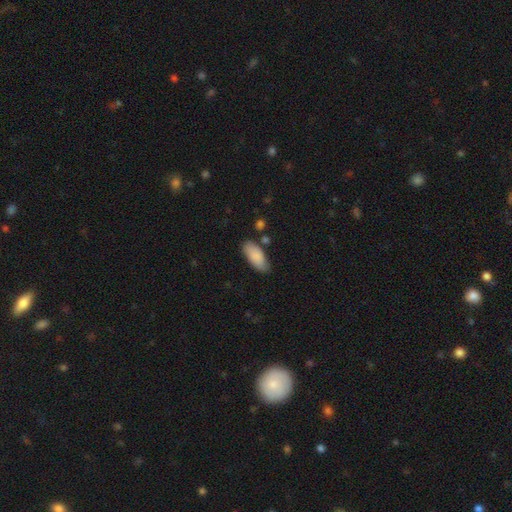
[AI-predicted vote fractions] Overall: smooth (87%). How rounded: in between (86%). Merging: none (72%).